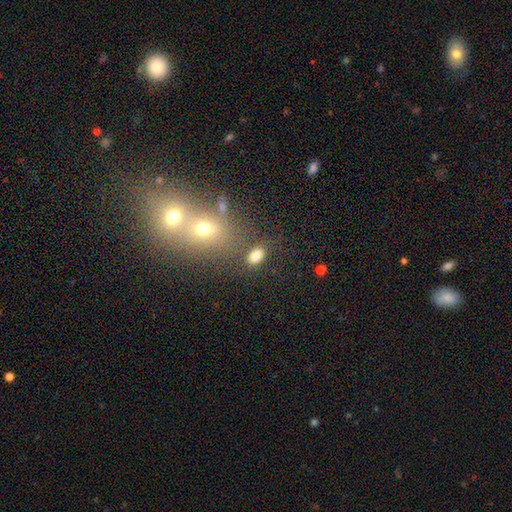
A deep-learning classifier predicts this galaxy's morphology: Q: Smooth or featured?
A: smooth (81%); runner-up: star or artifact (12%)
Q: How rounded?
A: in between (87%); runner-up: round (11%)
Q: Merging?
A: none (73%); runner-up: minor disturbance (12%)